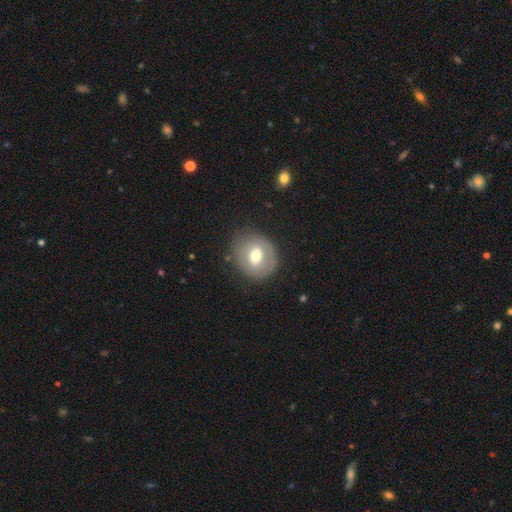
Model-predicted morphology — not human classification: Smooth or featured? smooth (54%)
How rounded? round (63%)
Merging? none (77%)